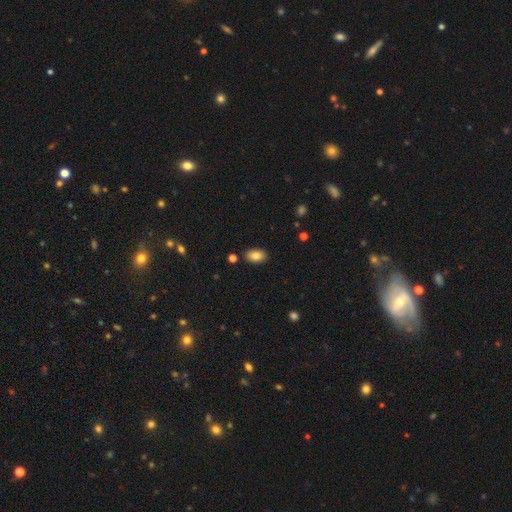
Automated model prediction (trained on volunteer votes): Smooth or featured: smooth — 84% (star or artifact — 8%)
How rounded: in between — 90% (round — 9%)
Merging: none — 87% (minor disturbance — 9%)